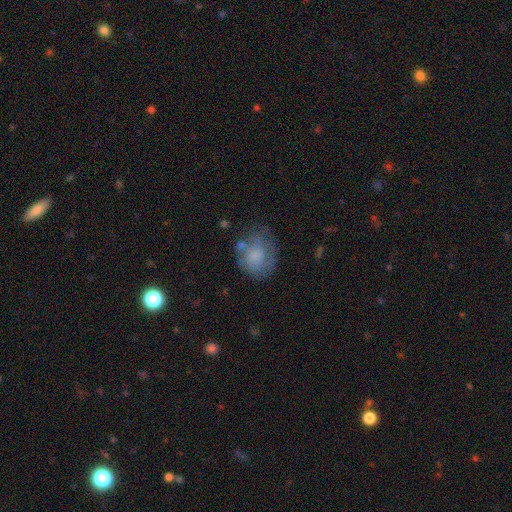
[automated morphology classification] The model was most divided on "how rounded": round: 55%, in between: 44%, cigar-shaped: 1%. Remaining: smooth or featured — smooth (59%); merging — none (49%).